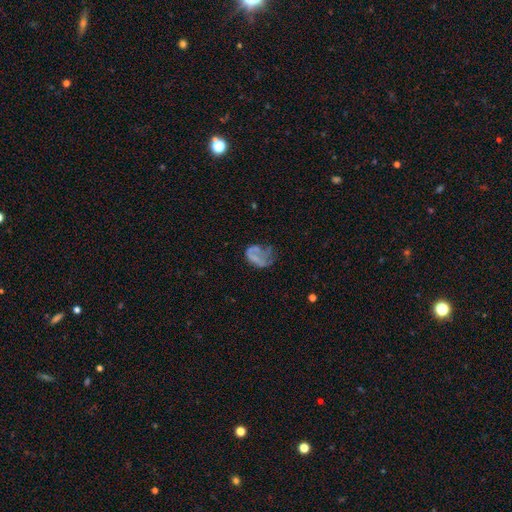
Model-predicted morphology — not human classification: Smooth or featured? Predicted: featured or disk (p=0.47). Merging? Predicted: major disturbance (p=0.44).